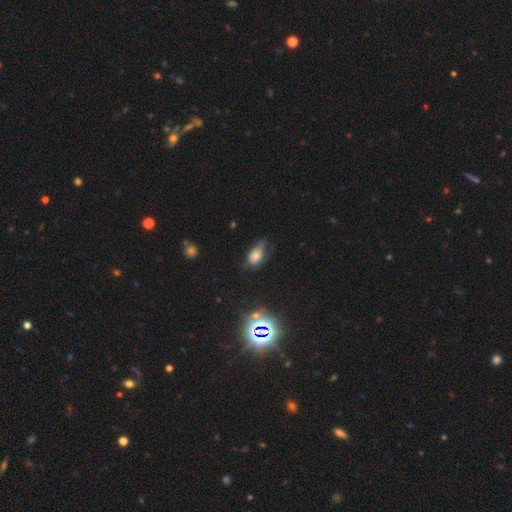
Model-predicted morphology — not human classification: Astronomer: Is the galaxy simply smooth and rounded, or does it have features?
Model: smooth — 66%.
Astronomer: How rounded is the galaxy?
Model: in between — 88%.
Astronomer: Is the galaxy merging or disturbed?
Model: none — 45% (runner-up: minor disturbance, 38%).